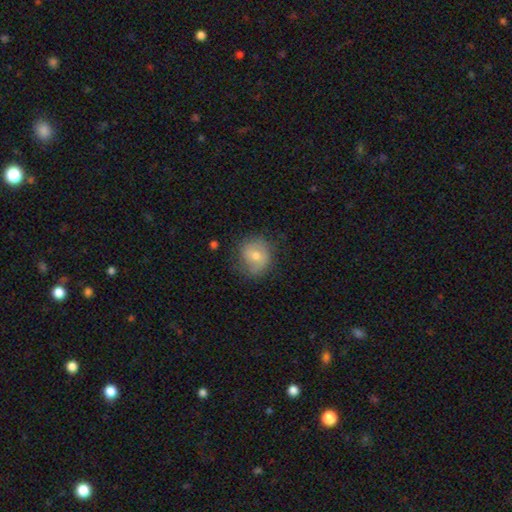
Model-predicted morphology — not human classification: Smooth or featured?
  - smooth: 61% *
  - featured or disk: 31%
  - star or artifact: 8%
How rounded?
  - round: 78% *
  - in between: 21%
  - cigar-shaped: 1%
Merging?
  - none: 69% *
  - minor disturbance: 22%
  - major disturbance: 8%
  - merger: 1%